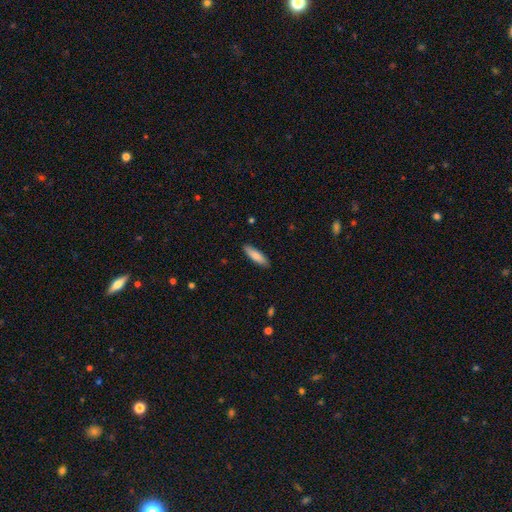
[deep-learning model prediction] A smooth galaxy with no disk features (81%) that is cigar-shaped (59%). Merging: none (88%).